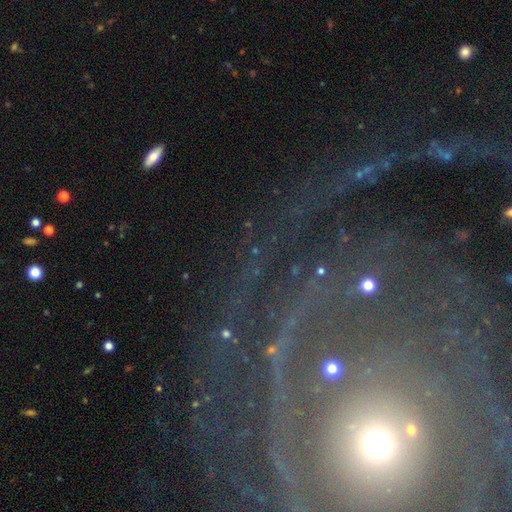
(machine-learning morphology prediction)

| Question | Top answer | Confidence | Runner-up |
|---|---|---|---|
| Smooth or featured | featured or disk | 62% | star or artifact (26%) |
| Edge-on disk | no | 88% | yes (12%) |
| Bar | no | 53% | strong (23%) |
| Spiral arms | yes | 77% | no (23%) |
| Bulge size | small | 46% | moderate (39%) |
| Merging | none | 71% | major disturbance (12%) |